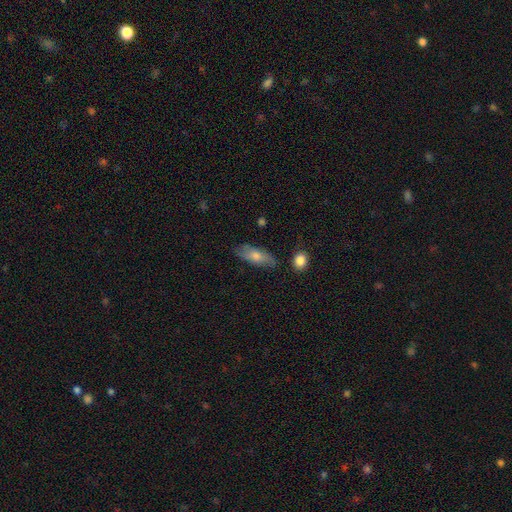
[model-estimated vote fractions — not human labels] Smooth or featured: smooth — 60% (featured or disk — 33%)
How rounded: in between — 64% (cigar-shaped — 33%)
Merging: none — 78% (minor disturbance — 16%)